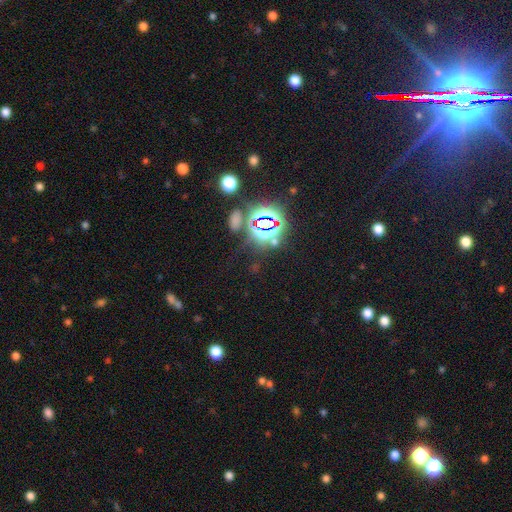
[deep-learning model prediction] Q: Smooth or featured?
A: star or artifact (82%); runner-up: smooth (10%)